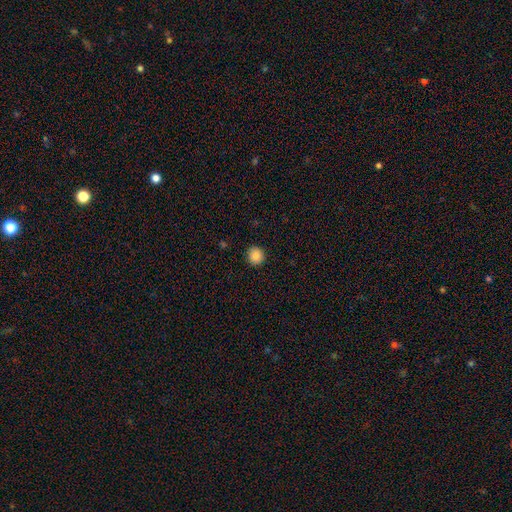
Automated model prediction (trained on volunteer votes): A smooth galaxy with no disk features (86%) that is round (91%).

Vote fractions:
- Smooth or featured? smooth: 86% / star or artifact: 10% / featured or disk: 4%
- How rounded? round: 91% / in between: 8% / cigar-shaped: 1%
- Merging? none: 92% / minor disturbance: 6% / major disturbance: 2% / merger: 1%